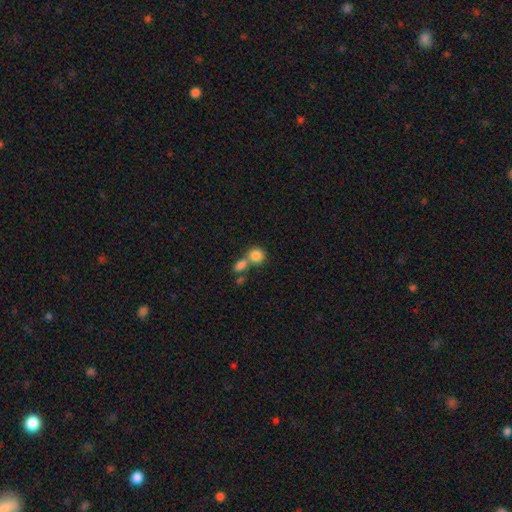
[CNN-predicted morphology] This is clearly a smooth galaxy (84%). How rounded: likely round (79%). Merging: possibly merger (47%).